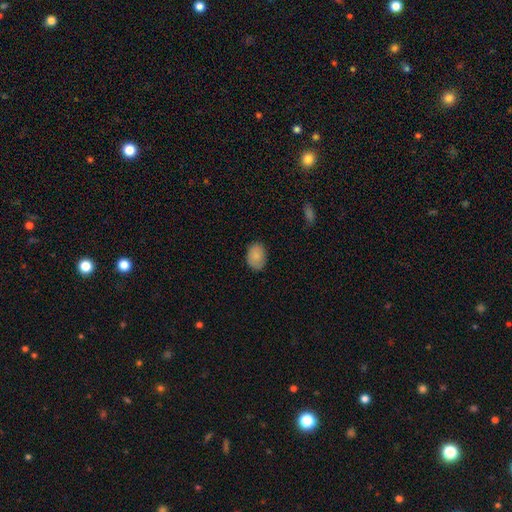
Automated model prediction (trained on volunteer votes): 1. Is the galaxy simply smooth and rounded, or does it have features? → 85% smooth, 7% featured or disk, 7% star or artifact.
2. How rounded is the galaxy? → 76% in between, 23% round, 1% cigar-shaped.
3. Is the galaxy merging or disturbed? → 82% none, 14% minor disturbance, 3% major disturbance, 1% merger.